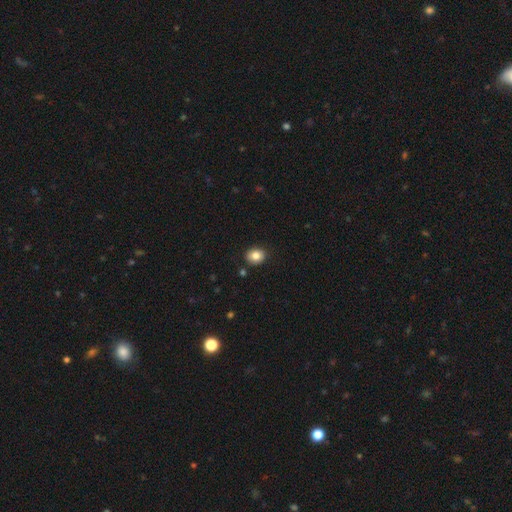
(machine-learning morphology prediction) Smooth or featured?
  - smooth: 83% *
  - star or artifact: 10%
  - featured or disk: 7%
How rounded?
  - round: 62% *
  - in between: 37%
  - cigar-shaped: 1%
Merging?
  - none: 88% *
  - minor disturbance: 8%
  - merger: 2%
  - major disturbance: 2%